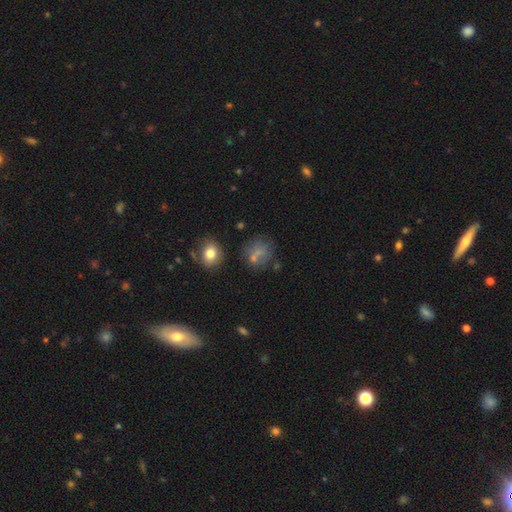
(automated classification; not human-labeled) Smooth or featured: smooth — 64% (featured or disk — 18%)
How rounded: round — 71% (in between — 28%)
Merging: none — 58% (minor disturbance — 18%)